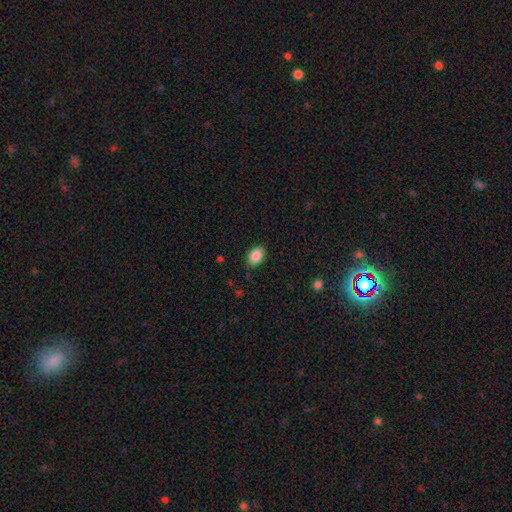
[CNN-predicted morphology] smooth_or_featured: smooth (p=0.89) [alt: star or artifact p=0.08]
how_rounded: in between (p=0.84) [alt: round p=0.15]
merging: none (p=0.84) [alt: minor disturbance p=0.13]